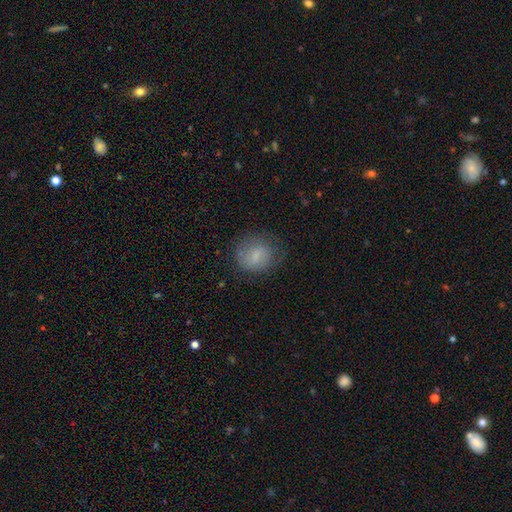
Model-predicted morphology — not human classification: type=smooth (72%); roundness=round (75%); merging=none (72%).